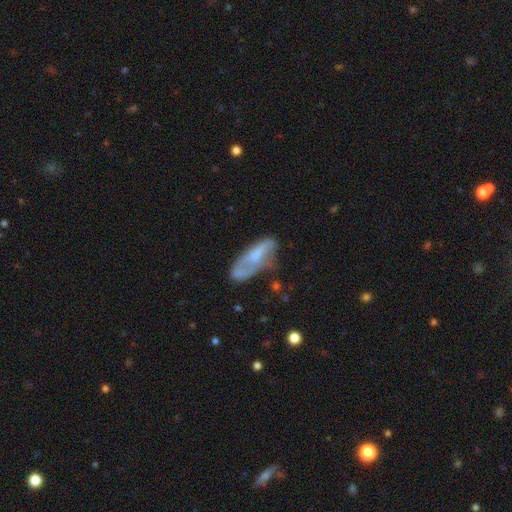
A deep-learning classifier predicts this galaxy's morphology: Smooth or featured: smooth — 49% (featured or disk — 43%)
Merging: none — 40% (minor disturbance — 30%)